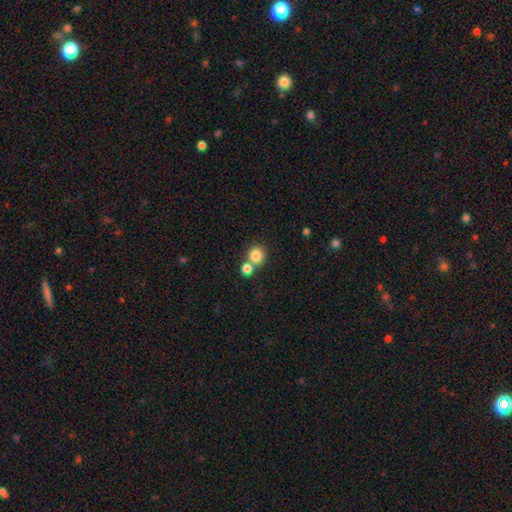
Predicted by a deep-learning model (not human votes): Smooth or featured? Predicted: smooth (p=0.83). How rounded? Predicted: round (p=0.85). Merging? Predicted: none (p=0.53).